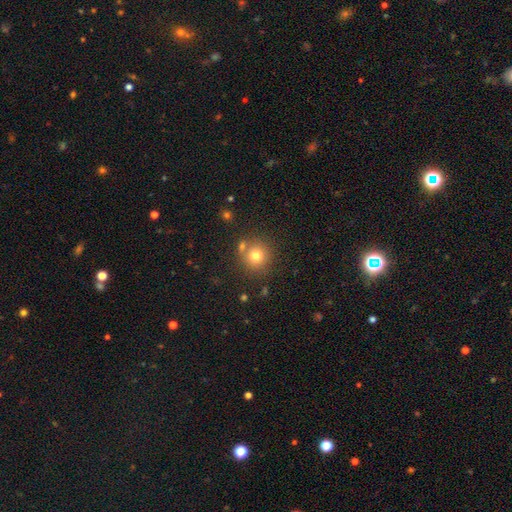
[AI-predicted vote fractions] Morphology: type=smooth (76%); roundness=round (92%); merging=none (74%).